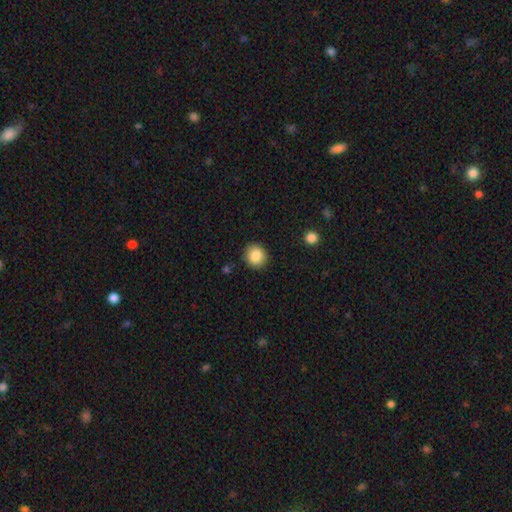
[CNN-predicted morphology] smooth_or_featured: smooth (p=0.86) [alt: star or artifact p=0.09]
how_rounded: round (p=0.80) [alt: in between p=0.19]
merging: none (p=0.88) [alt: minor disturbance p=0.08]